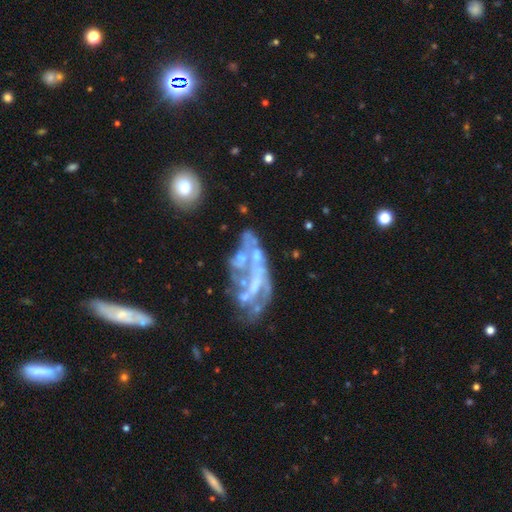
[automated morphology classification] Smooth or featured: featured or disk — 72% (smooth — 15%)
Edge-on disk: no — 96% (yes — 4%)
Bar: no — 74% (weak — 16%)
Spiral arms: no — 76% (yes — 24%)
Bulge size: none — 62% (small — 17%)
Merging: merger — 33% (major disturbance — 30%)